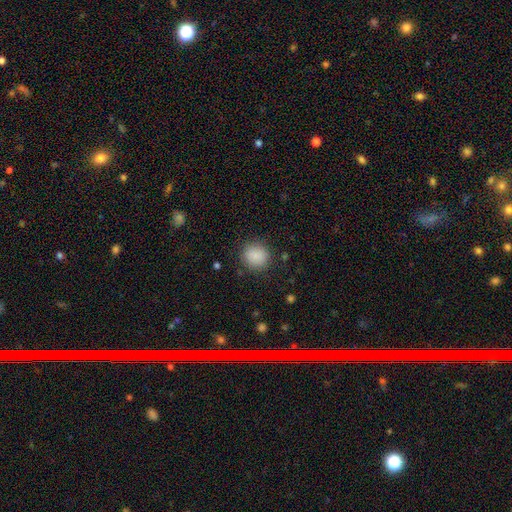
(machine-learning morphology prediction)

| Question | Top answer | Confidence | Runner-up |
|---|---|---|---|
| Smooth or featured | smooth | 87% | star or artifact (9%) |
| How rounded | round | 89% | in between (10%) |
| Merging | none | 88% | minor disturbance (8%) |